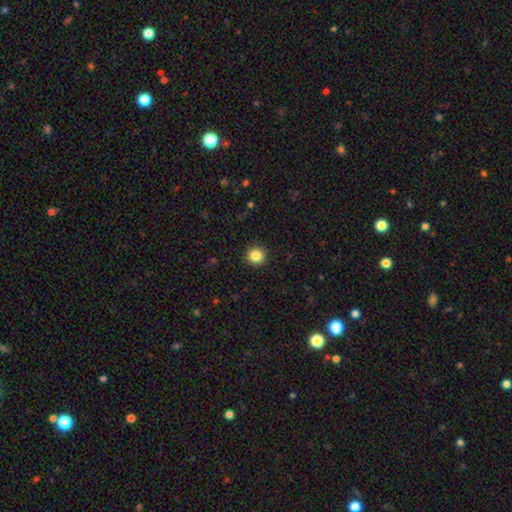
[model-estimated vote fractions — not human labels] smooth_or_featured: smooth (p=0.85) [alt: star or artifact p=0.10]
how_rounded: round (p=0.94) [alt: in between p=0.05]
merging: none (p=0.92) [alt: minor disturbance p=0.05]